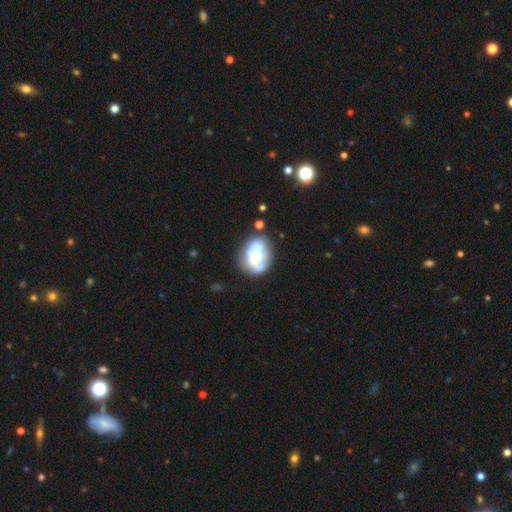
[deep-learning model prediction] smooth-or-featured: featured or disk: 46% | smooth: 45% | star or artifact: 9%
  merging: none: 37% | merger: 26% | minor disturbance: 21% | major disturbance: 15%